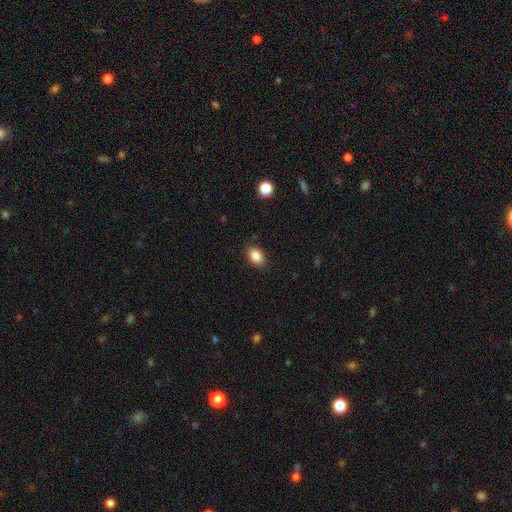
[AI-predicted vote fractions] Smooth or featured? Predicted: smooth (p=0.87). How rounded? Predicted: in between (p=0.87). Merging? Predicted: none (p=0.86).